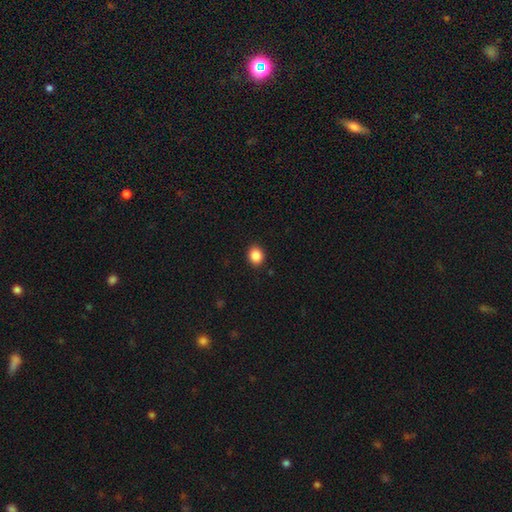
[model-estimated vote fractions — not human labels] smooth_or_featured: smooth (p=0.87) [alt: star or artifact p=0.10]
how_rounded: round (p=0.66) [alt: in between p=0.33]
merging: none (p=0.91) [alt: minor disturbance p=0.06]